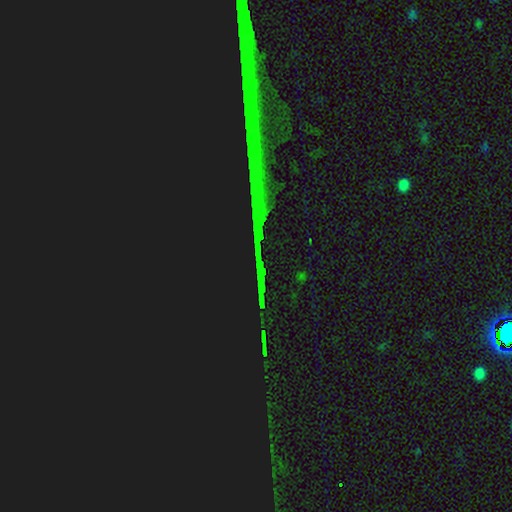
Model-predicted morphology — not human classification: Overall: star or artifact (87%).